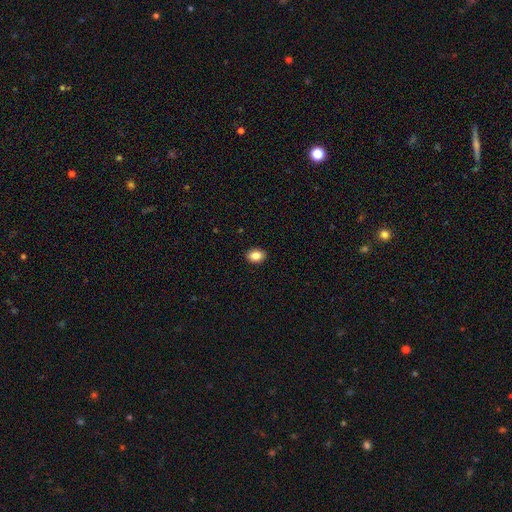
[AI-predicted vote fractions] Smooth or featured? Predicted: smooth (p=0.86). How rounded? Predicted: in between (p=0.70). Merging? Predicted: none (p=0.91).